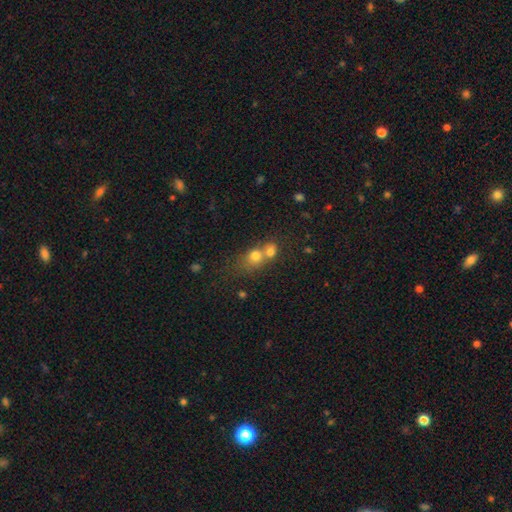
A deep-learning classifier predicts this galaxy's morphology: Smooth or featured?
  - smooth: 72% *
  - featured or disk: 15%
  - star or artifact: 13%
How rounded?
  - round: 62% *
  - in between: 36%
  - cigar-shaped: 2%
Merging?
  - merger: 64% *
  - none: 25%
  - minor disturbance: 7%
  - major disturbance: 4%